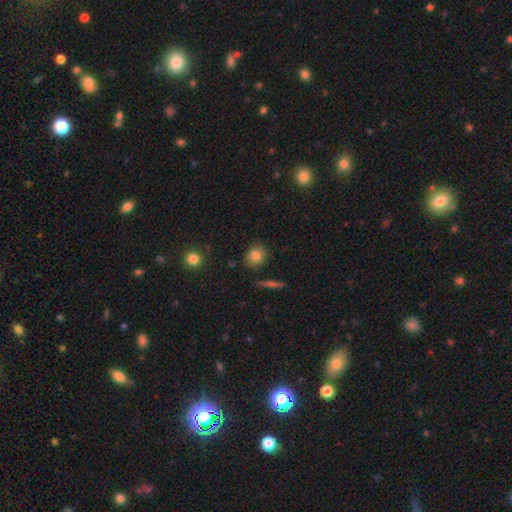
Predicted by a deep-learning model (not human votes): smooth 81%, star or artifact 10%, featured or disk 9%. Down the decision tree: how rounded — round (61%); merging — none (83%).